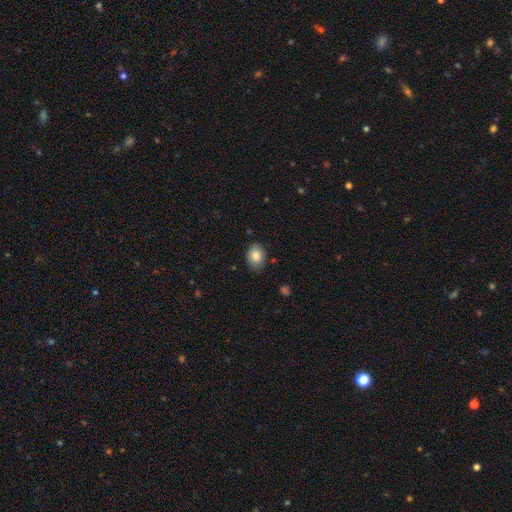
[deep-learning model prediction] This is clearly a smooth galaxy (84%). How rounded: likely in between (72%). Merging: clearly none (83%).